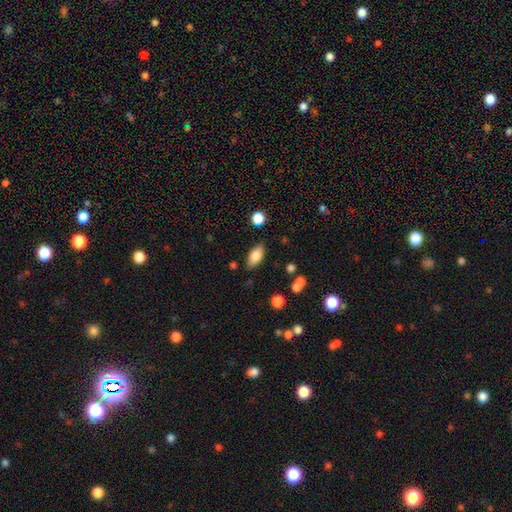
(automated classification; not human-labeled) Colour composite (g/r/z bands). It shows a smooth galaxy with no disk features (81%) that is in between round and cigar-shaped (89%). Merging: none (82%).